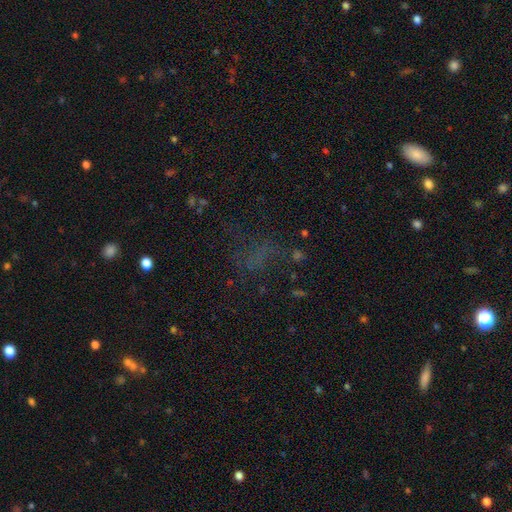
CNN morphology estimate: This is possibly a star or artifact rather than a galaxy (45%).